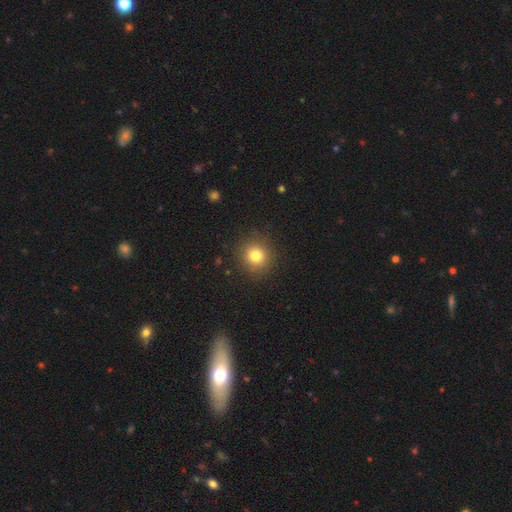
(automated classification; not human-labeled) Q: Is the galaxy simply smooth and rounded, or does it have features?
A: smooth — 79%.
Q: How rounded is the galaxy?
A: round — 91%.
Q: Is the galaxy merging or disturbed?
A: none — 89%.